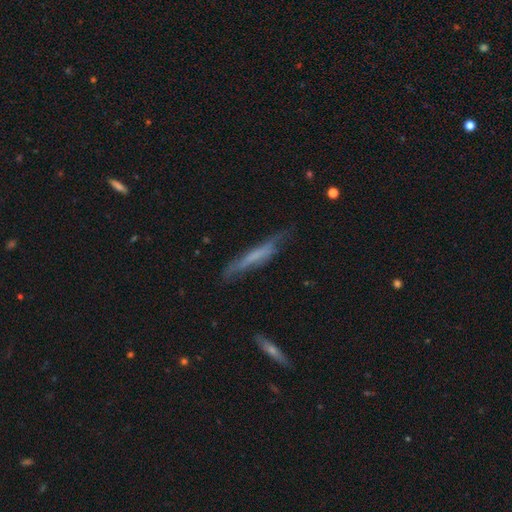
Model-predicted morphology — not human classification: Q: Smooth or featured?
A: featured or disk (47%); runner-up: smooth (46%)
Q: Merging?
A: none (66%); runner-up: minor disturbance (25%)